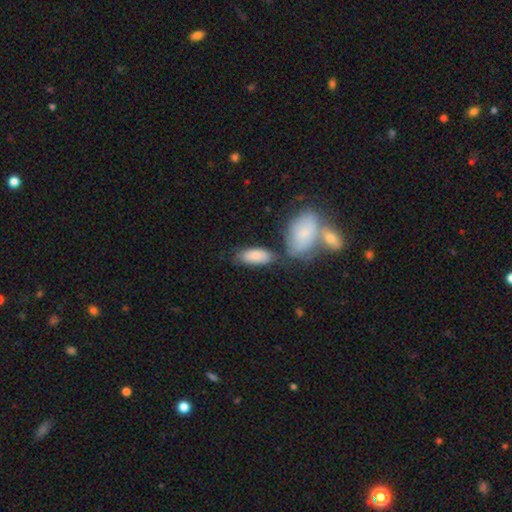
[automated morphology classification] type=smooth (80%); roundness=in between (87%); merging=none (53%).